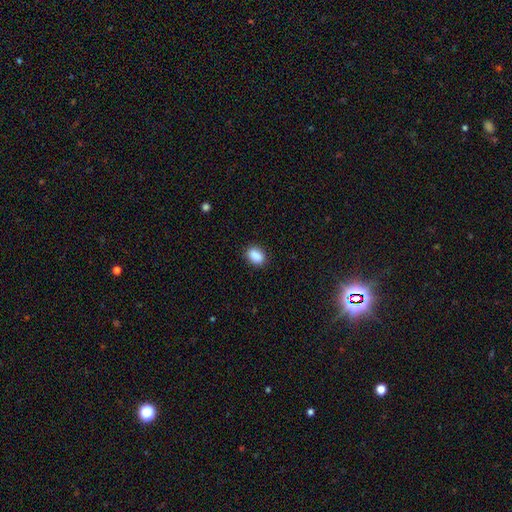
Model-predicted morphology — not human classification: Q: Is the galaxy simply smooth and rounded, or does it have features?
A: smooth — 89%.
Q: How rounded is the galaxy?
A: in between — 81%.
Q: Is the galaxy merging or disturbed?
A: none — 87%.